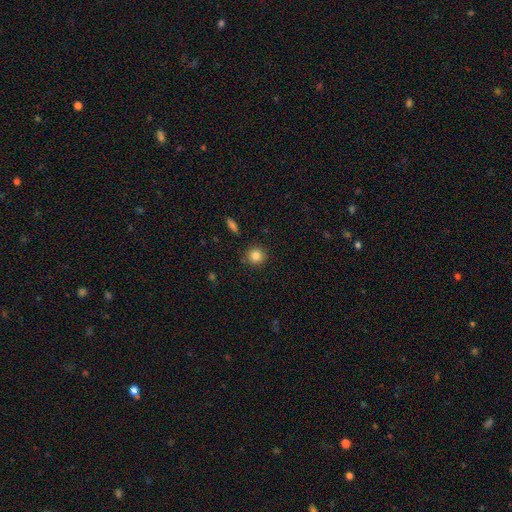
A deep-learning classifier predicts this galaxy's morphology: Smooth or featured?
  - smooth: 84% *
  - star or artifact: 10%
  - featured or disk: 6%
How rounded?
  - round: 92% *
  - in between: 7%
  - cigar-shaped: 1%
Merging?
  - none: 88% *
  - minor disturbance: 8%
  - major disturbance: 2%
  - merger: 2%